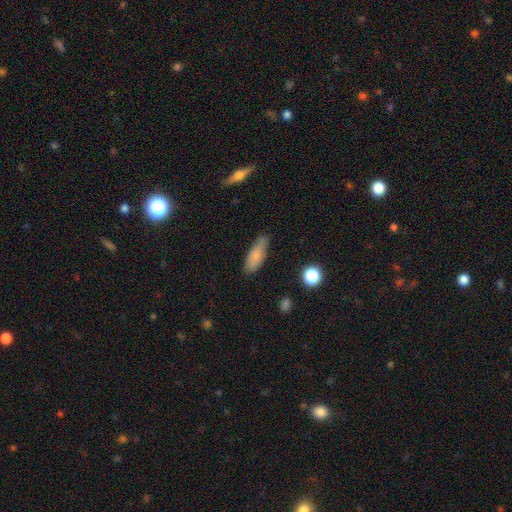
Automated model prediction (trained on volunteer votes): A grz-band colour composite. It shows a smooth galaxy with no disk features (79%) that is in between round and cigar-shaped (66%). Merging: none (67%).